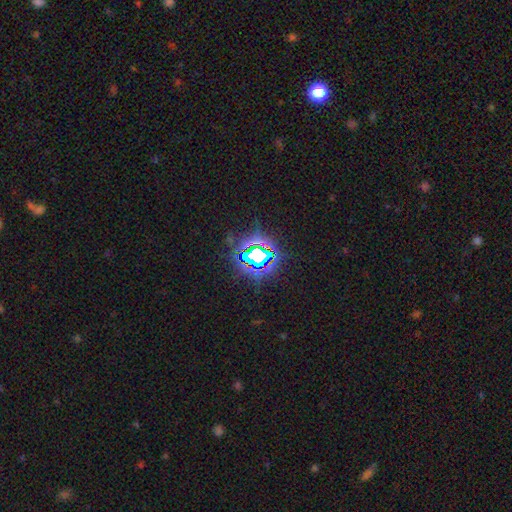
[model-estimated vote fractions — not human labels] This appears to be a star or artifact, not a galaxy (78%).